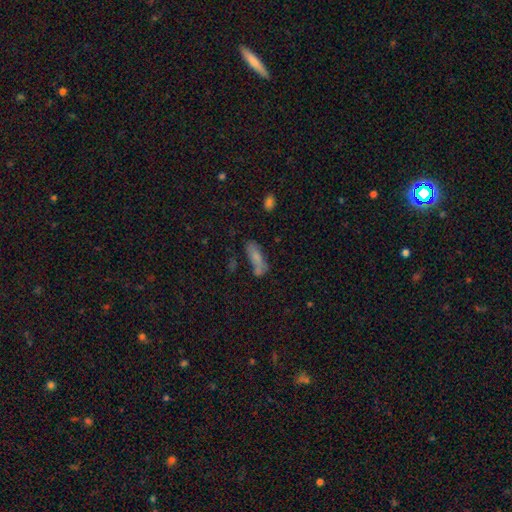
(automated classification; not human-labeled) smooth_or_featured: smooth (p=0.66) [alt: featured or disk p=0.19]
how_rounded: cigar-shaped (p=0.51) [alt: in between p=0.45]
merging: none (p=0.55) [alt: merger p=0.19]